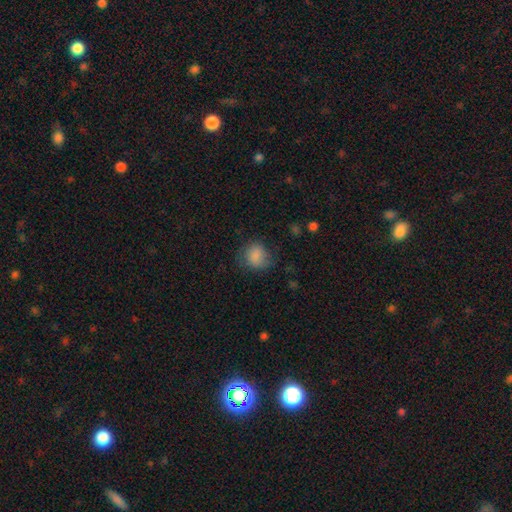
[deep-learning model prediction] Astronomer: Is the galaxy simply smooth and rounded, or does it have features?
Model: smooth — 83%.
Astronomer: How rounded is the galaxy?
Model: round — 69%.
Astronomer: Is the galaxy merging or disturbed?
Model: none — 63%.